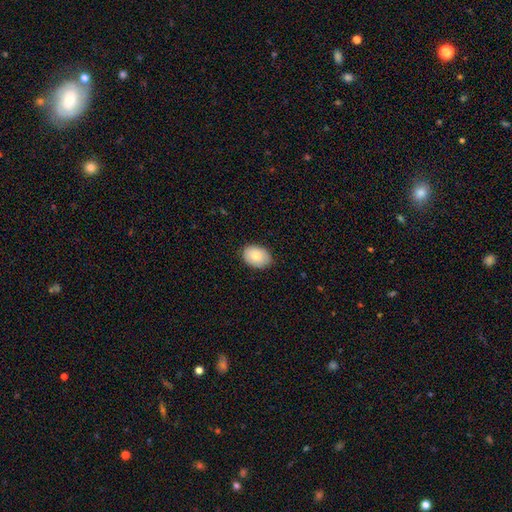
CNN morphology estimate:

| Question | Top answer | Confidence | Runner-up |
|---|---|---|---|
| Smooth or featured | smooth | 84% | featured or disk (10%) |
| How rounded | in between | 80% | round (19%) |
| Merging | none | 84% | minor disturbance (13%) |